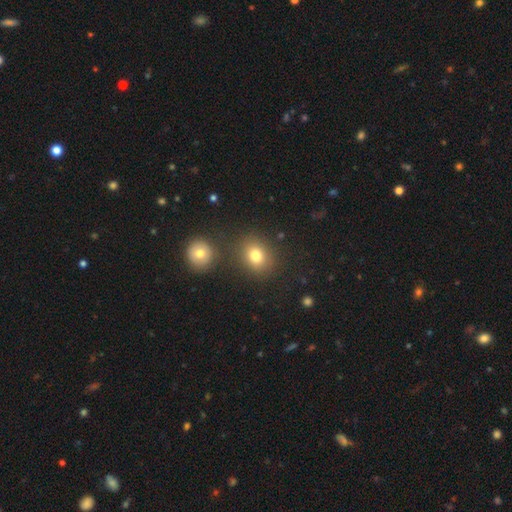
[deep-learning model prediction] Overall: smooth (78%). How rounded: round (68%; in between 31%). Merging: none (79%).